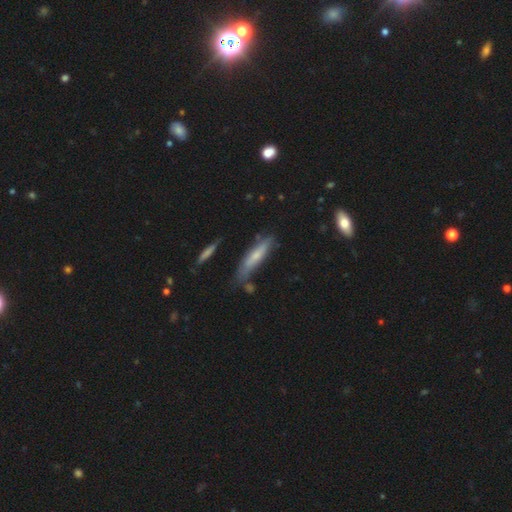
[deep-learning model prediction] A smooth galaxy with no disk features (56%) that is cigar-shaped (79%). Merging: none (66%).